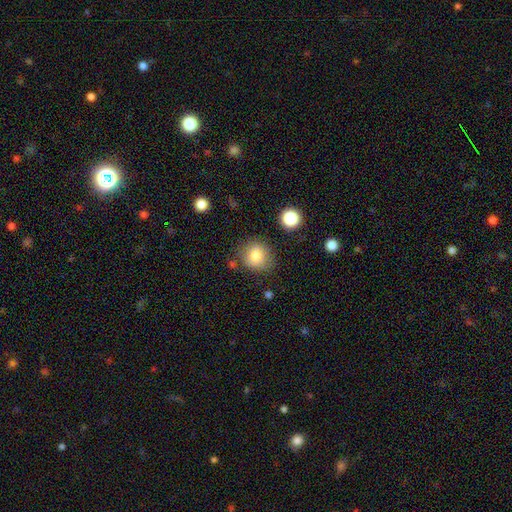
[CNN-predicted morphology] type=smooth (83%); roundness=round (82%); merging=none (76%).